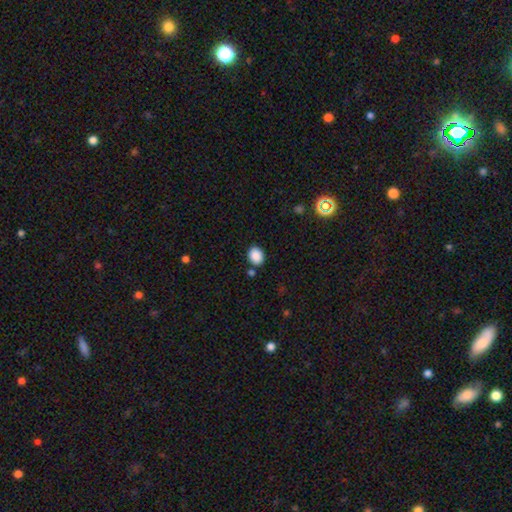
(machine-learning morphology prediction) smooth-or-featured: smooth: 88% | star or artifact: 9% | featured or disk: 3%
  how-rounded: in between: 56% | round: 43% | cigar-shaped: 1%
  merging: none: 82% | minor disturbance: 10% | merger: 5% | major disturbance: 3%